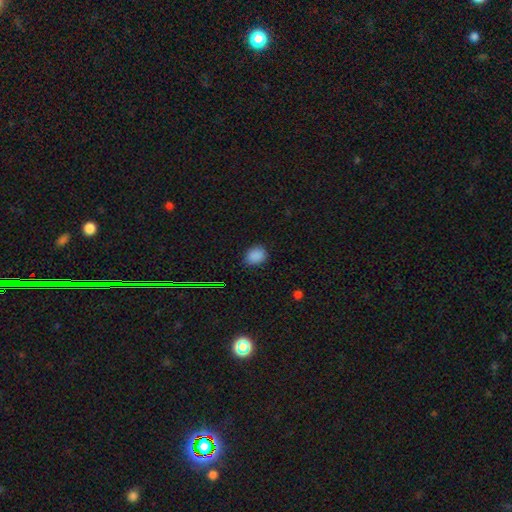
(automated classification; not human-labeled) smooth-or-featured: smooth: 84% | star or artifact: 12% | featured or disk: 4%
  how-rounded: round: 51% | in between: 48% | cigar-shaped: 1%
  merging: none: 81% | minor disturbance: 15% | major disturbance: 3% | merger: 1%